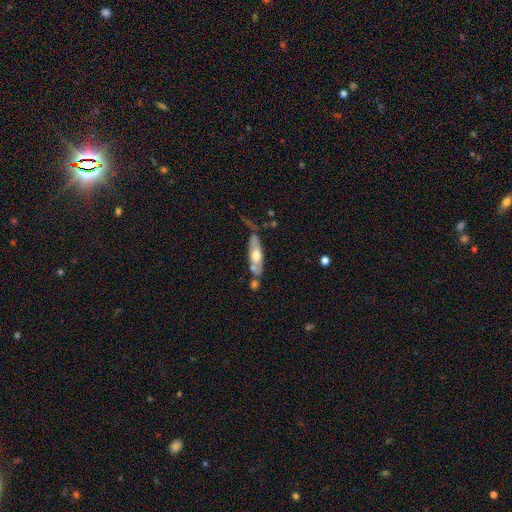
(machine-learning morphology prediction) Q: Smooth or featured?
A: featured or disk (53%); runner-up: smooth (42%)
Q: Edge-on disk?
A: no (56%); runner-up: yes (44%)
Q: Merging?
A: none (43%); runner-up: minor disturbance (24%)